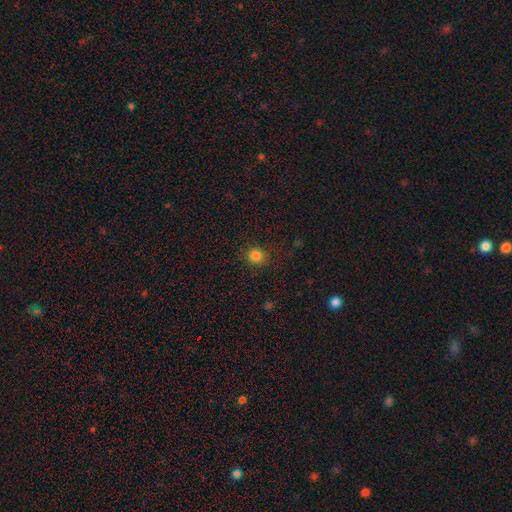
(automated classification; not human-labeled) Smooth or featured? Predicted: smooth (p=0.83). How rounded? Predicted: round (p=0.88). Merging? Predicted: none (p=0.88).